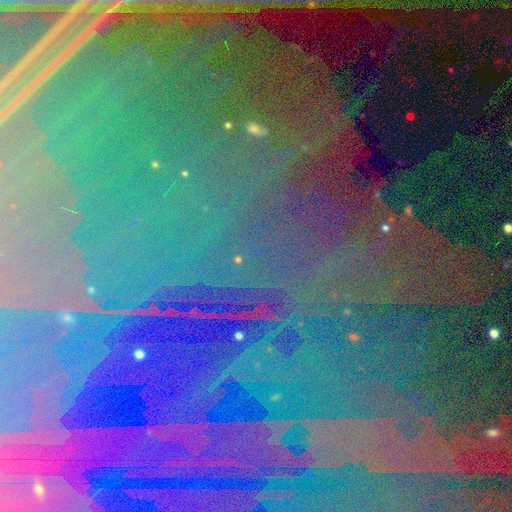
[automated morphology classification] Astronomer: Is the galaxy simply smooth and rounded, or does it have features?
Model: star or artifact — 85%.